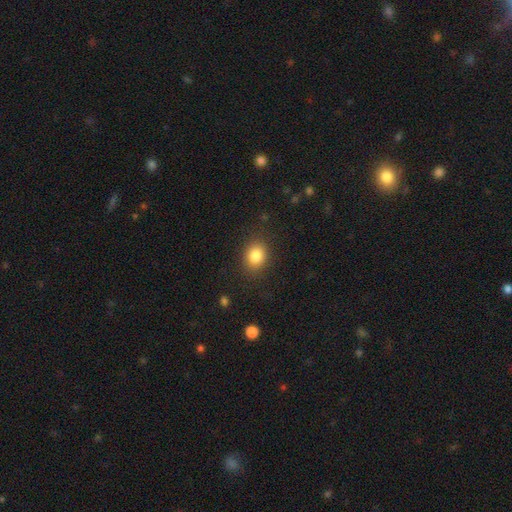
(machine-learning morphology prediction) Smooth or featured?
  - smooth: 84% *
  - star or artifact: 10%
  - featured or disk: 6%
How rounded?
  - round: 57% *
  - in between: 42%
  - cigar-shaped: 1%
Merging?
  - none: 85% *
  - minor disturbance: 10%
  - major disturbance: 4%
  - merger: 1%